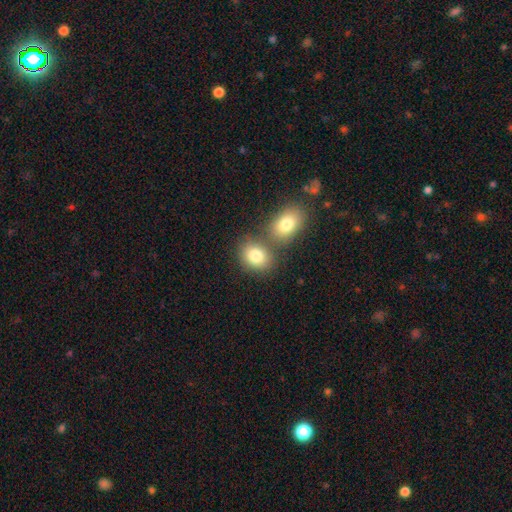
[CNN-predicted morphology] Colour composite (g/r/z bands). It shows a smooth galaxy with no disk features (81%) that is in between round and cigar-shaped (55%). Merging: none (56%).